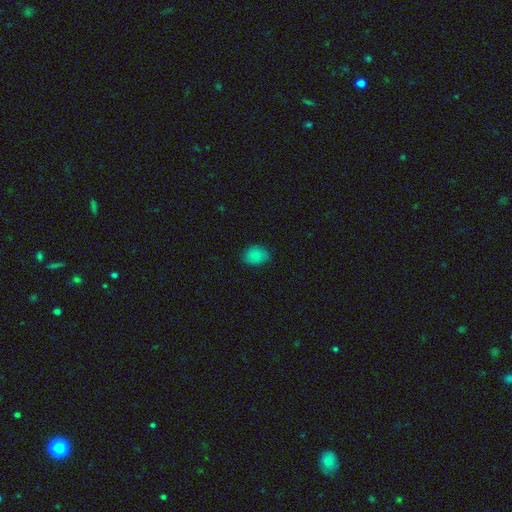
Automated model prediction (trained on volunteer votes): This appears to be a smooth galaxy with no disk features (83%) that is in between round and cigar-shaped (62%). Merging: none (77%).